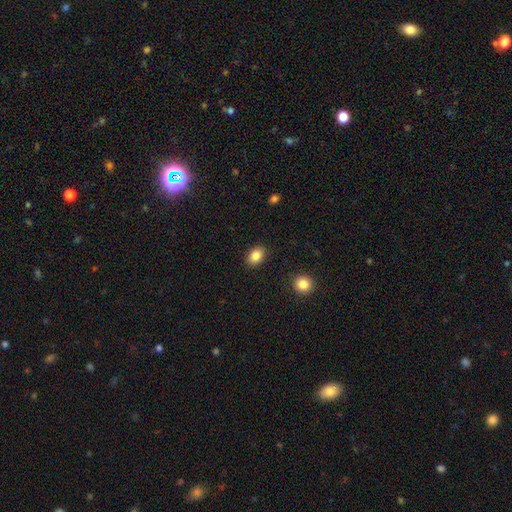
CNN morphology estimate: smooth-or-featured: smooth: 87% | star or artifact: 9% | featured or disk: 4%
  how-rounded: in between: 78% | round: 21% | cigar-shaped: 1%
  merging: none: 88% | minor disturbance: 8% | major disturbance: 2% | merger: 1%